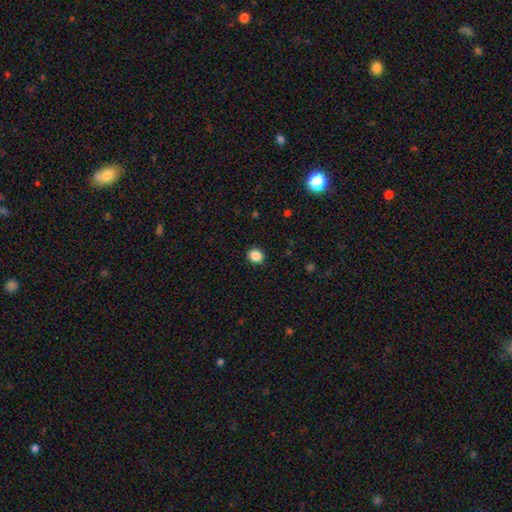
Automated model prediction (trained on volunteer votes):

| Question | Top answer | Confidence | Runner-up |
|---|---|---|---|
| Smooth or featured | smooth | 87% | star or artifact (10%) |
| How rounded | round | 72% | in between (27%) |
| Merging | none | 91% | minor disturbance (6%) |